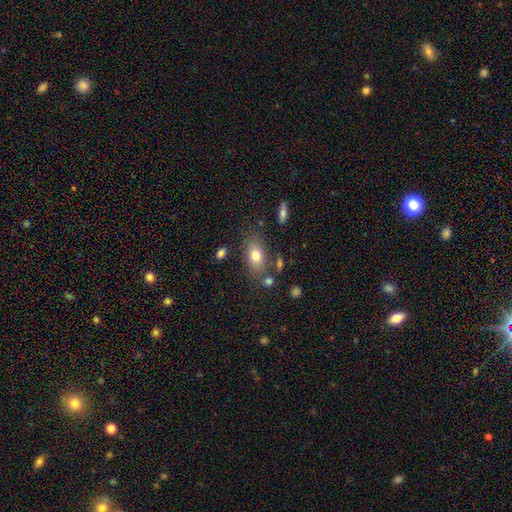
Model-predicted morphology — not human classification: Smooth or featured?
  - smooth: 76% *
  - featured or disk: 15%
  - star or artifact: 9%
How rounded?
  - in between: 85% *
  - round: 12%
  - cigar-shaped: 3%
Merging?
  - none: 73% *
  - minor disturbance: 15%
  - merger: 7%
  - major disturbance: 5%